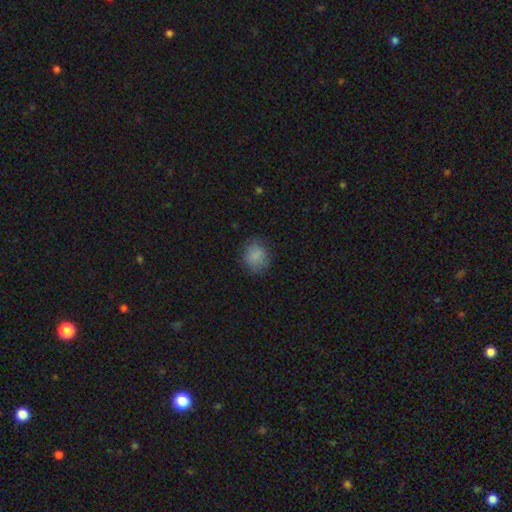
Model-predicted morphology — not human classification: smooth-or-featured: smooth: 85% | star or artifact: 9% | featured or disk: 6%
  how-rounded: round: 74% | in between: 25% | cigar-shaped: 1%
  merging: none: 78% | minor disturbance: 16% | major disturbance: 5% | merger: 1%